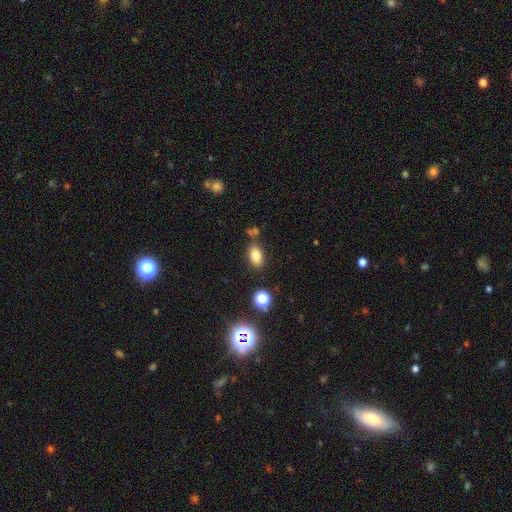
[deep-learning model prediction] smooth_or_featured: smooth (p=0.79) [alt: star or artifact p=0.12]
how_rounded: in between (p=0.88) [alt: round p=0.09]
merging: none (p=0.78) [alt: minor disturbance p=0.12]